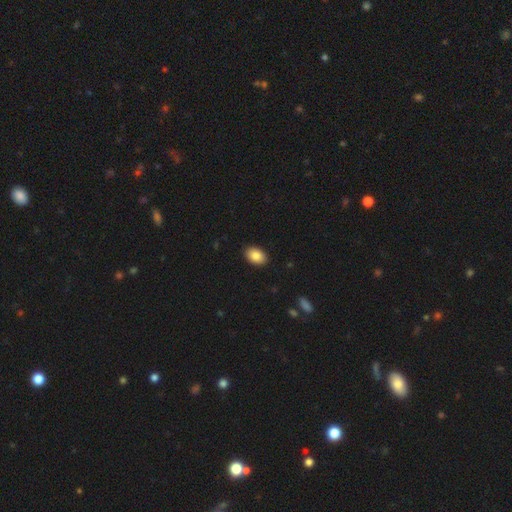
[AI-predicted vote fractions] Smooth or featured? smooth (86%)
How rounded? in between (87%)
Merging? none (90%)